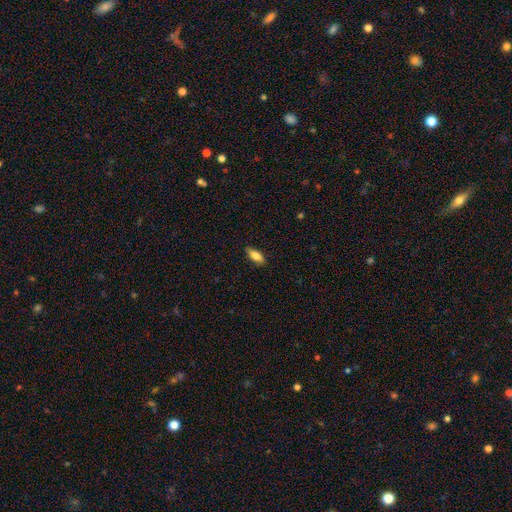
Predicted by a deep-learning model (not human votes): A smooth galaxy with no disk features (83%) that is in between round and cigar-shaped (79%).

Vote fractions:
- Smooth or featured? smooth: 83% / featured or disk: 11% / star or artifact: 7%
- How rounded? in between: 79% / cigar-shaped: 19% / round: 2%
- Merging? none: 86% / minor disturbance: 11% / major disturbance: 2% / merger: 1%